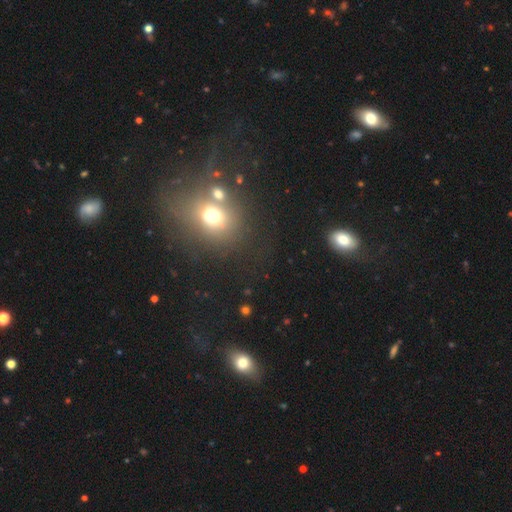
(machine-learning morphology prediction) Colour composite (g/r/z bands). It shows a smooth galaxy with no disk features (51%) that is round (65%). Merging: none (56%).